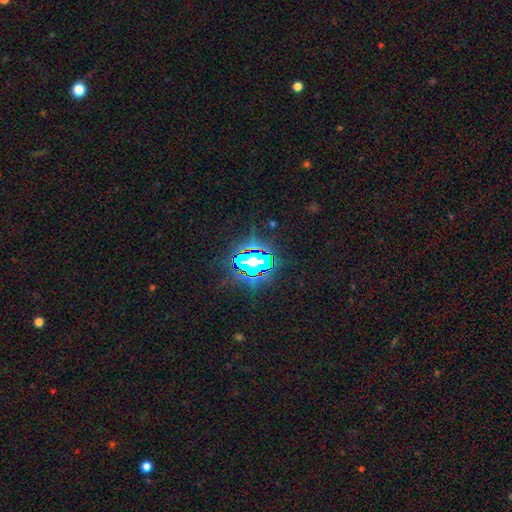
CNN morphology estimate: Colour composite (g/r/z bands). It shows a star or artifact, not a galaxy (70%).